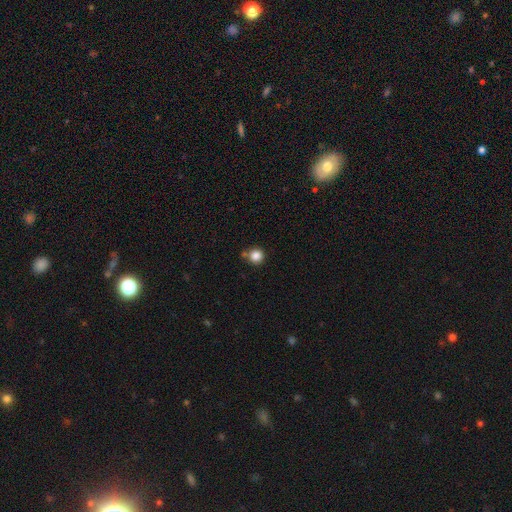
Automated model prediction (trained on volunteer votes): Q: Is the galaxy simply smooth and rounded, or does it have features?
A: smooth — 85%.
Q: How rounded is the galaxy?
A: round — 94%.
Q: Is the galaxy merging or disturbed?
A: none — 74%.